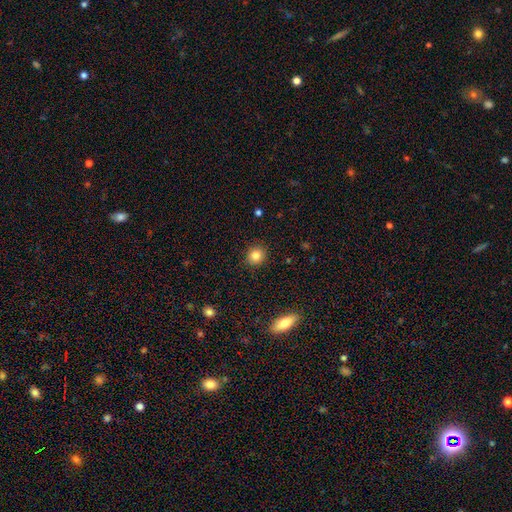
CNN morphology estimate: Q: Smooth or featured?
A: smooth (84%); runner-up: star or artifact (10%)
Q: How rounded?
A: round (87%); runner-up: in between (12%)
Q: Merging?
A: none (91%); runner-up: minor disturbance (6%)